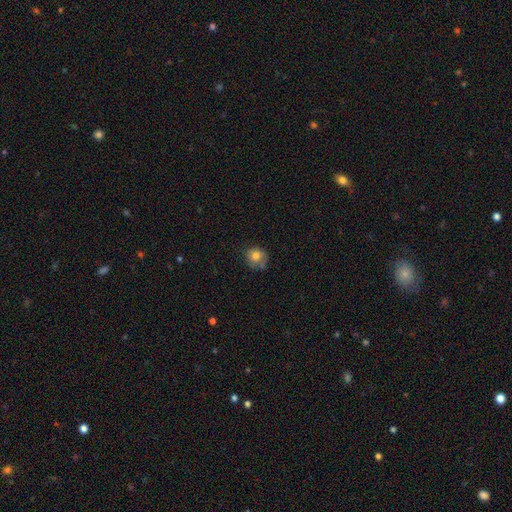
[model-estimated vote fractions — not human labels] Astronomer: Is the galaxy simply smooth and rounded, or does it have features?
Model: smooth — 74%.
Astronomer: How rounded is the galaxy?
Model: round — 74%.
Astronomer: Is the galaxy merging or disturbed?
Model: none — 58%.